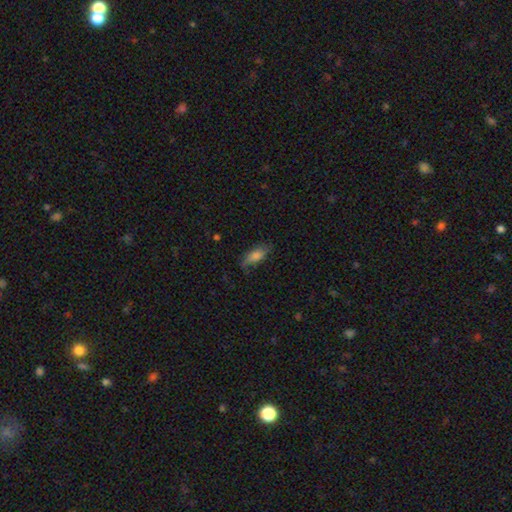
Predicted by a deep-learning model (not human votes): Q: Smooth or featured?
A: smooth (74%); runner-up: featured or disk (18%)
Q: How rounded?
A: in between (72%); runner-up: cigar-shaped (25%)
Q: Merging?
A: none (70%); runner-up: minor disturbance (23%)